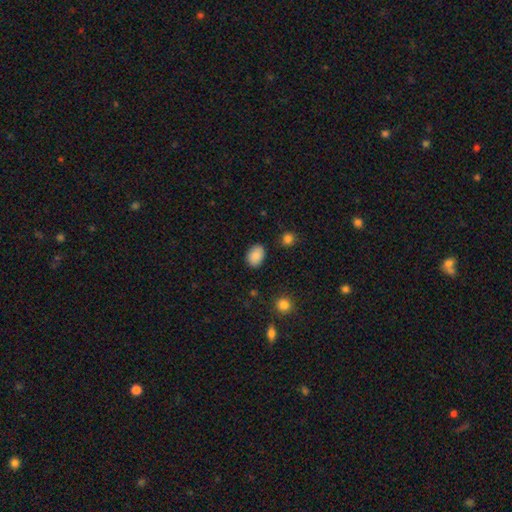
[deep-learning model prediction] Smooth or featured?
  - smooth: 87% *
  - star or artifact: 8%
  - featured or disk: 4%
How rounded?
  - in between: 75% *
  - round: 24%
  - cigar-shaped: 1%
Merging?
  - none: 85% *
  - minor disturbance: 11%
  - major disturbance: 3%
  - merger: 2%